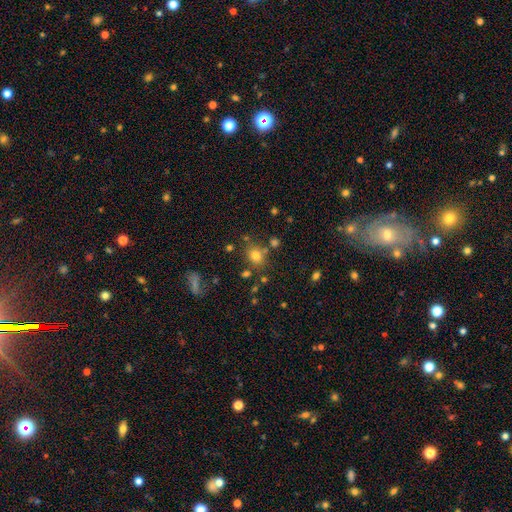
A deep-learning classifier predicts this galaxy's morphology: Smooth or featured? Predicted: smooth (p=0.75). How rounded? Predicted: round (p=0.62). Merging? Predicted: none (p=0.71).